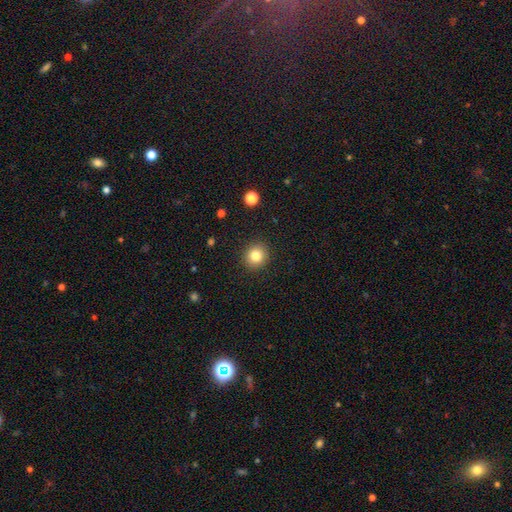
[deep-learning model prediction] A smooth galaxy with no disk features (82%) that is round (90%).

Vote fractions:
- Smooth or featured? smooth: 82% / star or artifact: 11% / featured or disk: 7%
- How rounded? round: 90% / in between: 9% / cigar-shaped: 1%
- Merging? none: 91% / minor disturbance: 6% / major disturbance: 2% / merger: 1%